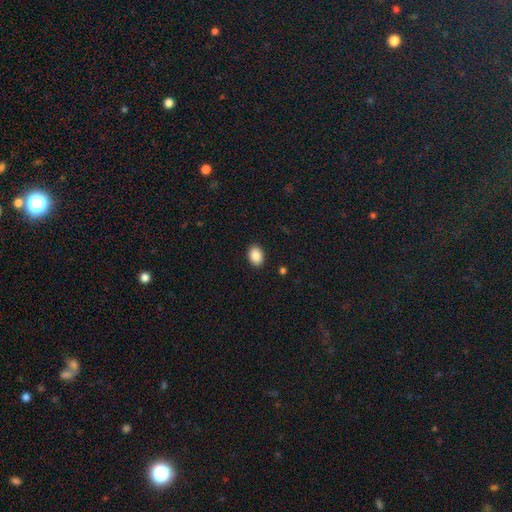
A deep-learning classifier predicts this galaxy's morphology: A smooth galaxy with no disk features (89%) that is in between round and cigar-shaped (75%).

Vote fractions:
- Smooth or featured? smooth: 89% / star or artifact: 8% / featured or disk: 4%
- How rounded? in between: 75% / round: 24% / cigar-shaped: 1%
- Merging? none: 91% / minor disturbance: 7% / major disturbance: 2% / merger: 1%